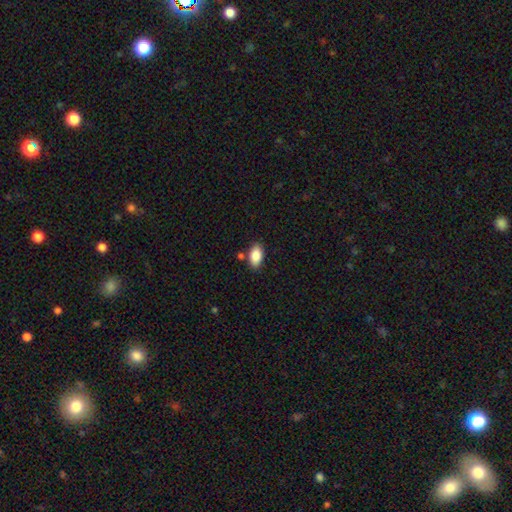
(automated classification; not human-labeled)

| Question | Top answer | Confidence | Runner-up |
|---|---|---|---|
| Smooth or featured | smooth | 88% | star or artifact (7%) |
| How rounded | in between | 93% | round (5%) |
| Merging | none | 81% | minor disturbance (12%) |